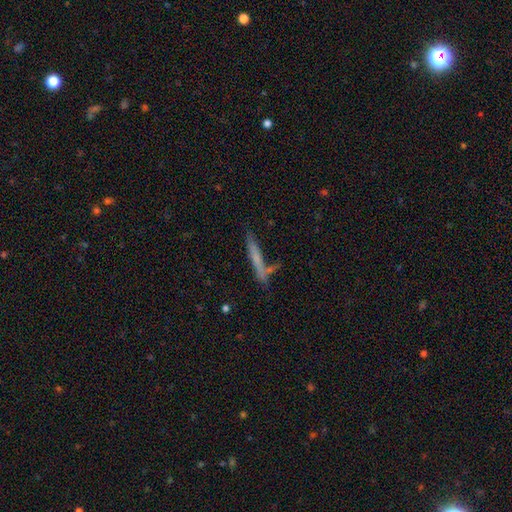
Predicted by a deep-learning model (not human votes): smooth-or-featured: smooth: 52% | featured or disk: 38% | star or artifact: 10%
  how-rounded: cigar-shaped: 93% | in between: 5% | round: 2%
  merging: none: 67% | minor disturbance: 15% | merger: 12% | major disturbance: 6%